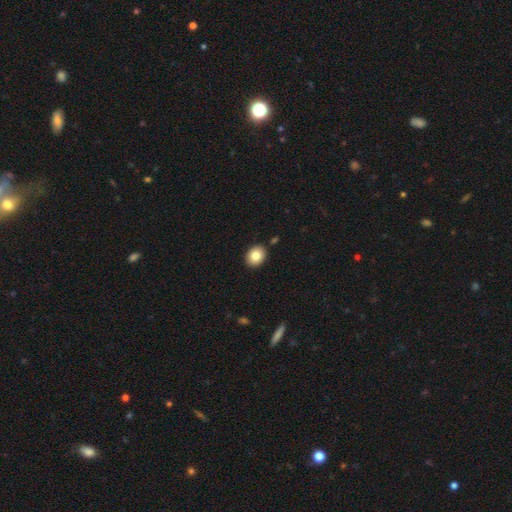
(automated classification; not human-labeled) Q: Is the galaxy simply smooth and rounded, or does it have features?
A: smooth — 84%.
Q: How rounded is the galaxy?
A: in between — 56%.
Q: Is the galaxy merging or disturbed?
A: none — 89%.